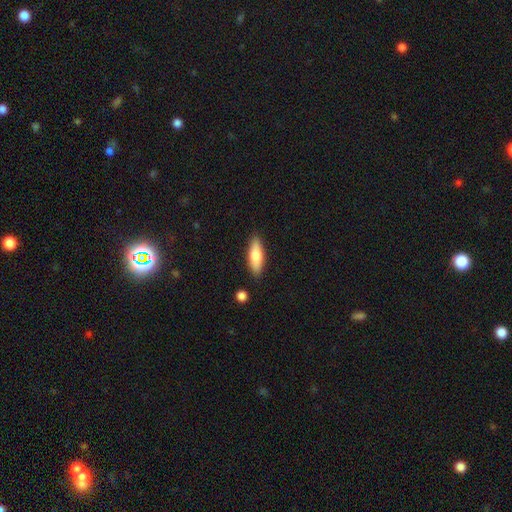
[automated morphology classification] smooth 75%, featured or disk 19%, star or artifact 6%. Down the decision tree: how rounded — in between (55%); merging — none (87%).